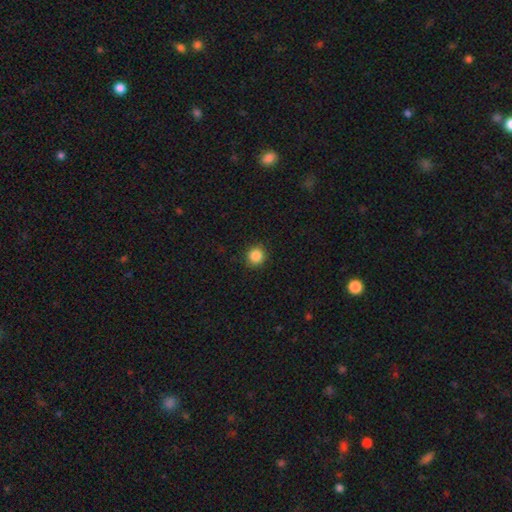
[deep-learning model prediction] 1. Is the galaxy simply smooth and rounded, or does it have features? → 86% smooth, 10% star or artifact, 3% featured or disk.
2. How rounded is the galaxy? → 93% round, 6% in between, 1% cigar-shaped.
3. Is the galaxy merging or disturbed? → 91% none, 6% minor disturbance, 2% major disturbance, 1% merger.